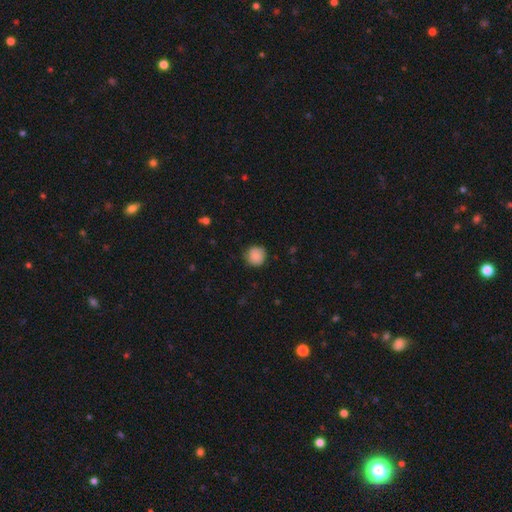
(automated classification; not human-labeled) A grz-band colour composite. It shows a smooth galaxy with no disk features (87%) that is round (91%). Merging: none (80%).